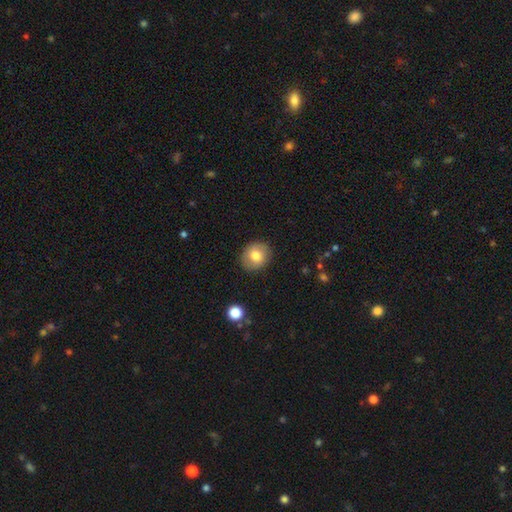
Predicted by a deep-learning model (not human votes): This appears to be a smooth galaxy with no disk features (74%) that is round (73%). Merging: none (86%).